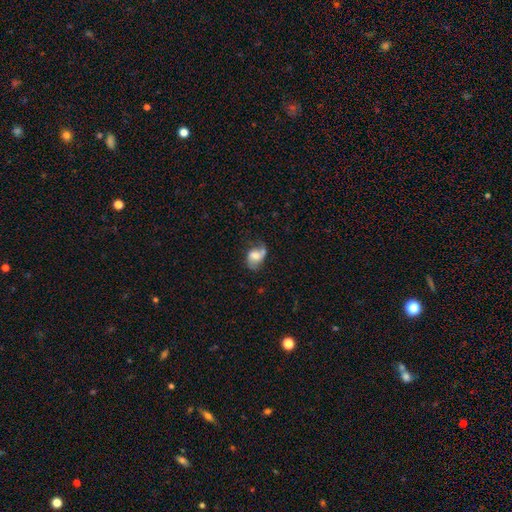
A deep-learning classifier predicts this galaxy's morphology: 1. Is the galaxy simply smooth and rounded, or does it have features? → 49% smooth, 42% featured or disk, 9% star or artifact.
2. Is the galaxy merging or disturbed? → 41% none, 29% minor disturbance, 22% major disturbance, 9% merger.